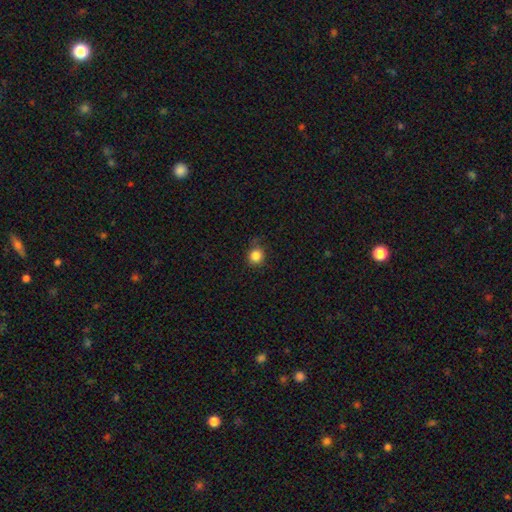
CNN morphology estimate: Smooth or featured: smooth — 85% (star or artifact — 12%)
How rounded: round — 90% (in between — 9%)
Merging: none — 82% (minor disturbance — 14%)